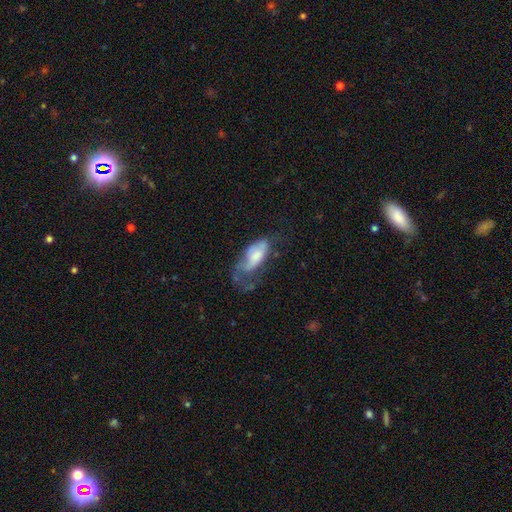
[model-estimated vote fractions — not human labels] A smooth galaxy with no disk features (62%) that is in between round and cigar-shaped (83%).

Vote fractions:
- Smooth or featured? smooth: 62% / featured or disk: 31% / star or artifact: 7%
- How rounded? in between: 83% / cigar-shaped: 15% / round: 2%
- Merging? major disturbance: 45% / minor disturbance: 28% / none: 23% / merger: 4%